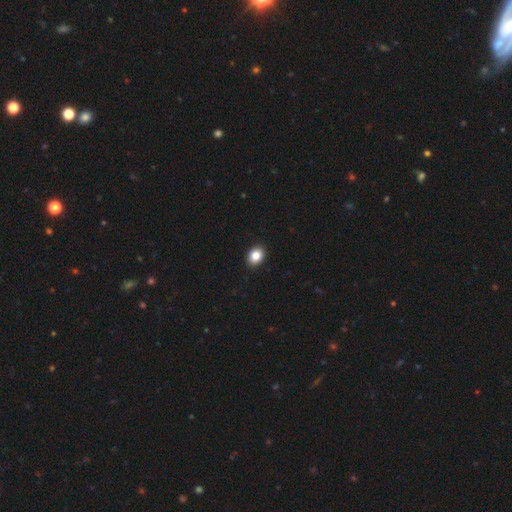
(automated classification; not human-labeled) The model was most divided on "how rounded": in between: 64%, round: 35%, cigar-shaped: 1%. More confident: merging — none (92%); smooth or featured — smooth (85%).